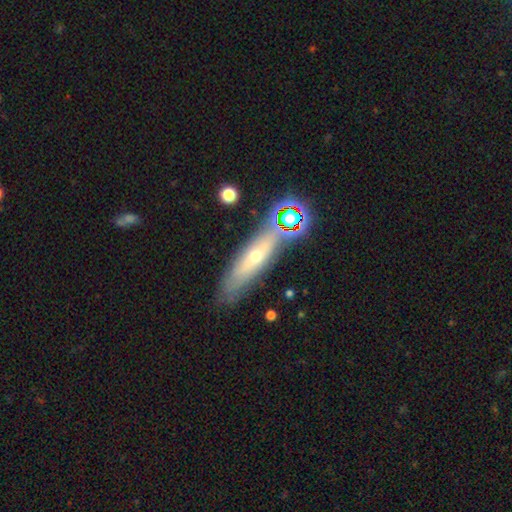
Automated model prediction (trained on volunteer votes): Smooth or featured? Predicted: featured or disk (p=0.53). Edge-on disk? Predicted: yes (p=0.54). Merging? Predicted: none (p=0.74).